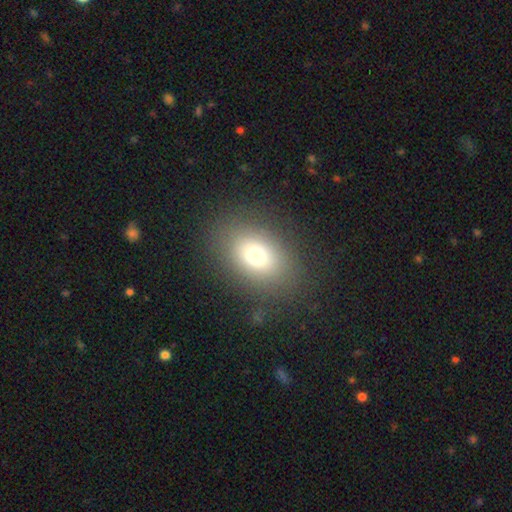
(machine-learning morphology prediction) This is likely a smooth galaxy (73%). How rounded: likely in between (71%). Merging: clearly none (83%).